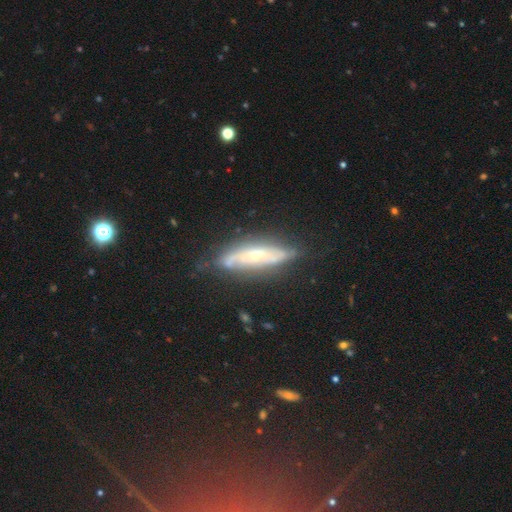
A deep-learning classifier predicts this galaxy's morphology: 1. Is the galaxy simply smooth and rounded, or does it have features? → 73% featured or disk, 21% smooth, 7% star or artifact.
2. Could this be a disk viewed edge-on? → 50% yes (tied), 50% no (tied).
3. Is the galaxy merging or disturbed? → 69% none, 21% minor disturbance, 7% major disturbance, 3% merger.